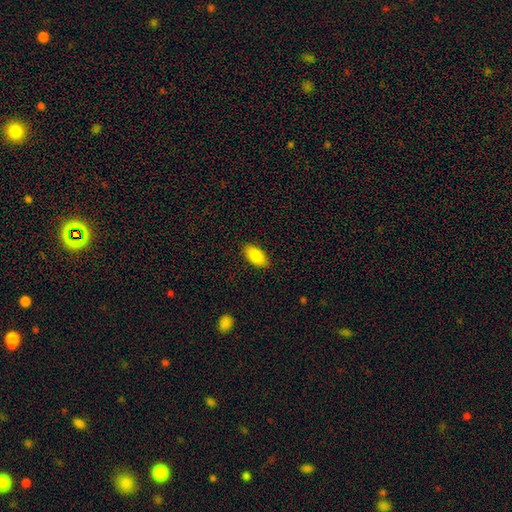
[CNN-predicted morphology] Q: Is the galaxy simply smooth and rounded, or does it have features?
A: smooth — 85%.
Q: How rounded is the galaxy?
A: in between — 93%.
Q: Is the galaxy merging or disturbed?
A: none — 87%.